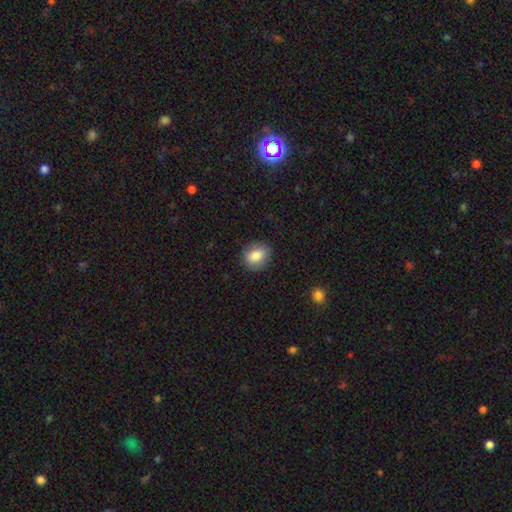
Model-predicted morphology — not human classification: Smooth or featured? smooth (84%)
How rounded? in between (55%)
Merging? none (85%)